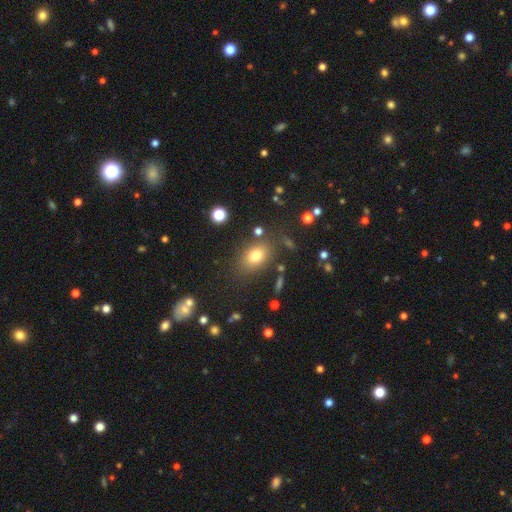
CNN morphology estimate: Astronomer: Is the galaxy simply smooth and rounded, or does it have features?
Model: smooth — 76%.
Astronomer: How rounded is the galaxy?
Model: in between — 71%.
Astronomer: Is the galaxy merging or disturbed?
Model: none — 78%.